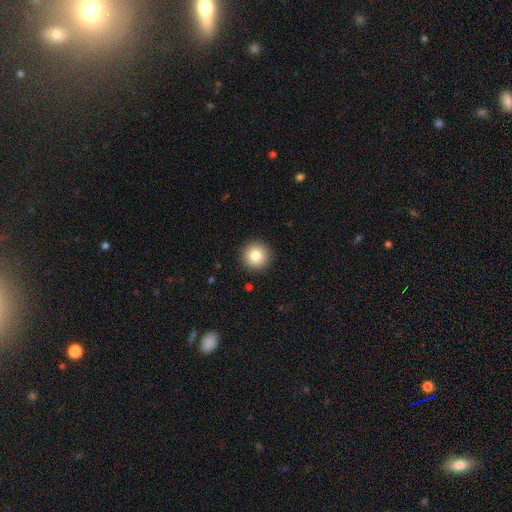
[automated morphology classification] Smooth or featured: smooth — 83% (star or artifact — 10%)
How rounded: round — 96% (in between — 3%)
Merging: none — 92% (minor disturbance — 5%)